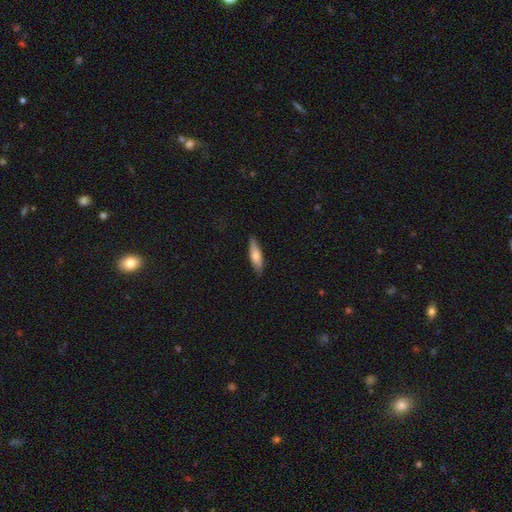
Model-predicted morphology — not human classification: smooth 69%, featured or disk 25%, star or artifact 6%. Down the decision tree: how rounded — cigar-shaped (64%); merging — none (85%).